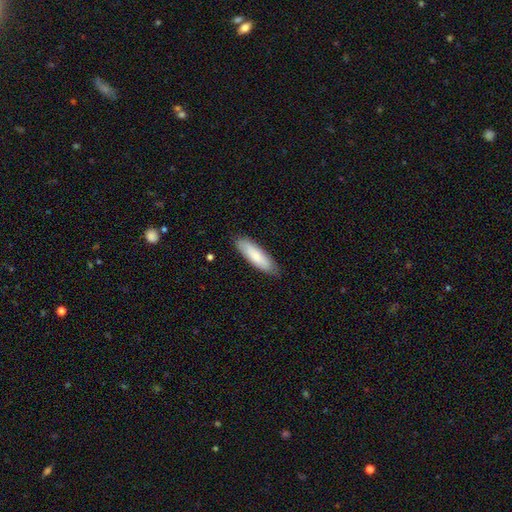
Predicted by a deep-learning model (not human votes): Q: Smooth or featured?
A: smooth (80%); runner-up: featured or disk (14%)
Q: How rounded?
A: cigar-shaped (54%); runner-up: in between (45%)
Q: Merging?
A: none (86%); runner-up: minor disturbance (11%)